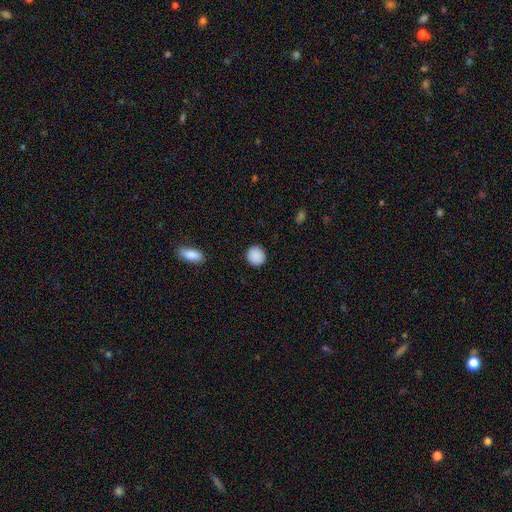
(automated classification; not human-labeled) smooth 90%, star or artifact 8%, featured or disk 3%. Down the decision tree: how rounded — round (88%); merging — none (90%).